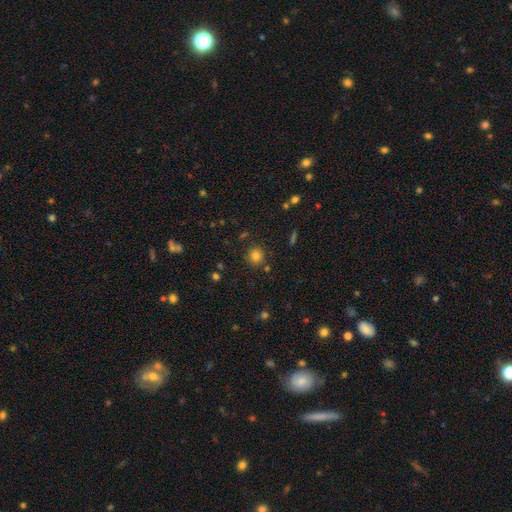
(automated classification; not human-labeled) Q: Smooth or featured?
A: smooth (80%); runner-up: star or artifact (15%)
Q: How rounded?
A: round (90%); runner-up: in between (9%)
Q: Merging?
A: none (83%); runner-up: minor disturbance (9%)